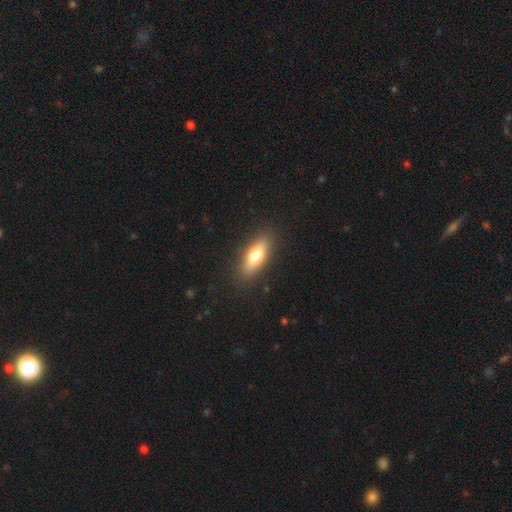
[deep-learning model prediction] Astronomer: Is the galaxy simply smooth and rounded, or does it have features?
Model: smooth — 66%.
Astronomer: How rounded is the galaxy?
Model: in between — 59% (runner-up: cigar-shaped, 37%).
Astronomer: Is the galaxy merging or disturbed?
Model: none — 88%.